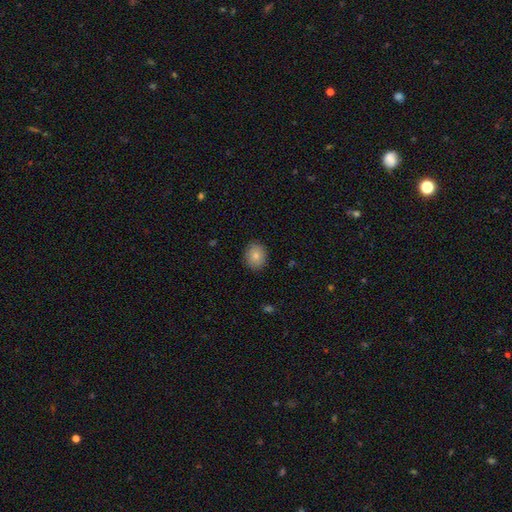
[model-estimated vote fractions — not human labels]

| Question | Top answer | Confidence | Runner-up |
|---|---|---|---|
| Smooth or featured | smooth | 83% | featured or disk (9%) |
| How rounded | round | 63% | in between (36%) |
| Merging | none | 89% | minor disturbance (8%) |